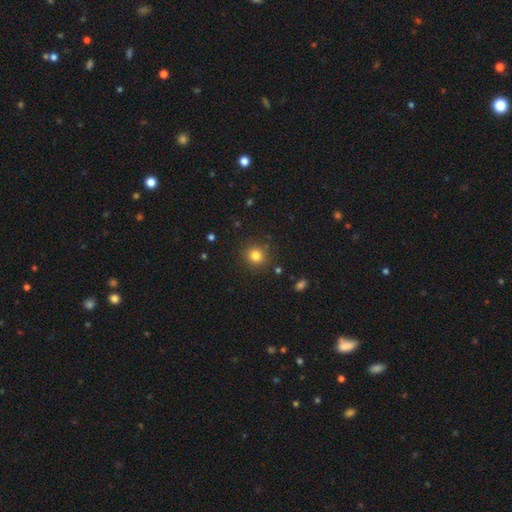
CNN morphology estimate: Smooth or featured? smooth (81%)
How rounded? round (91%)
Merging? none (88%)